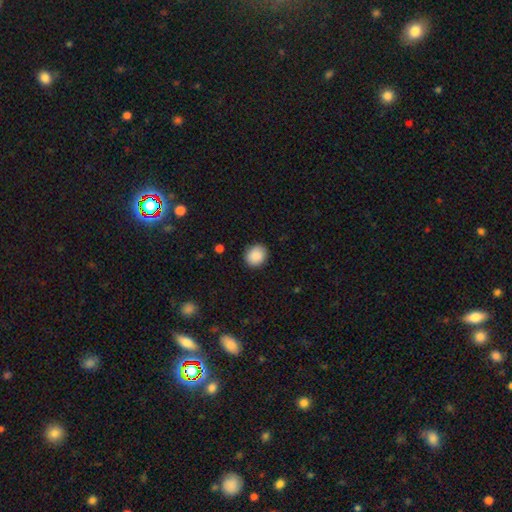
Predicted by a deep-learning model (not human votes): smooth_or_featured: smooth (p=0.89) [alt: star or artifact p=0.08]
how_rounded: round (p=0.68) [alt: in between p=0.31]
merging: none (p=0.89) [alt: minor disturbance p=0.08]